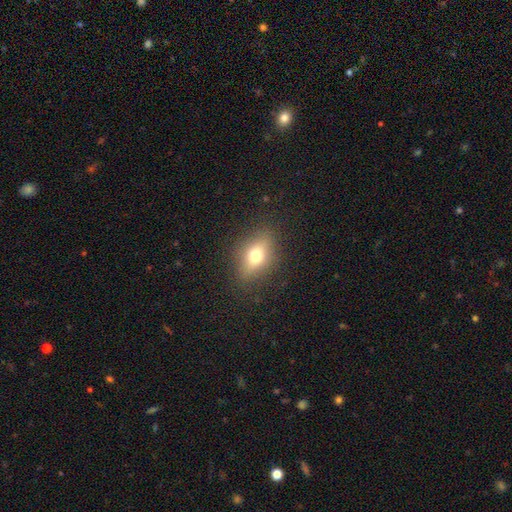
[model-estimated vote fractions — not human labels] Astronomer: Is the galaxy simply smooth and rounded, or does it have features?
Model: smooth — 66%.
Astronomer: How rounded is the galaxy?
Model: in between — 68%.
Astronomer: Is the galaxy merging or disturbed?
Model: none — 84%.